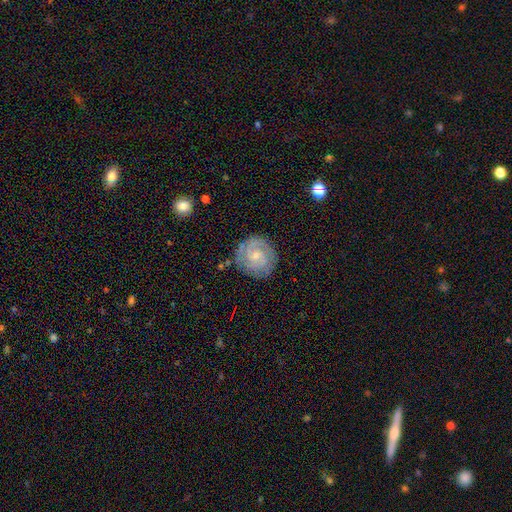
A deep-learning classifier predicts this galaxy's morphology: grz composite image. It shows a featured or disk galaxy (84%) with no bar (62%), 2 (62%) tight (74%) spiral arms (97%) and a small central bulge (74%). Merging: none (80%).